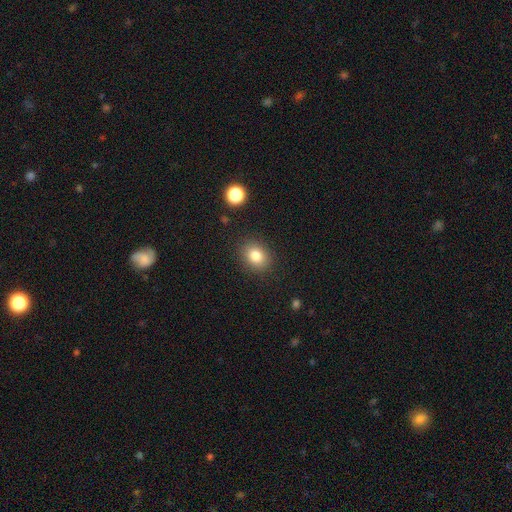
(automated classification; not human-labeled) This is clearly a smooth galaxy (82%). How rounded: possibly in between (50%). Merging: clearly none (87%).